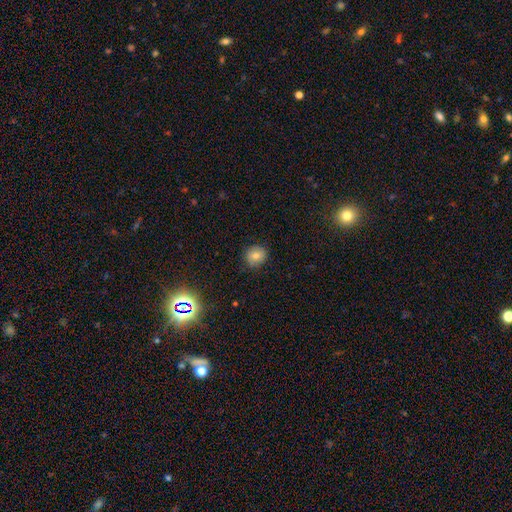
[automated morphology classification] Q: Smooth or featured?
A: smooth (76%); runner-up: star or artifact (13%)
Q: How rounded?
A: round (79%); runner-up: in between (20%)
Q: Merging?
A: none (85%); runner-up: minor disturbance (12%)